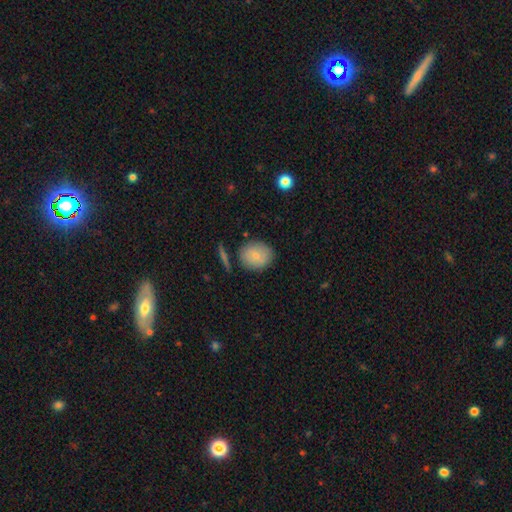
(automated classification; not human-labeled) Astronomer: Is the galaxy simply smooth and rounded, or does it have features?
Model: smooth — 81%.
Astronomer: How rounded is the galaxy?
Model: round — 66%.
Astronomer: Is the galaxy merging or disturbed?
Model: none — 80%.